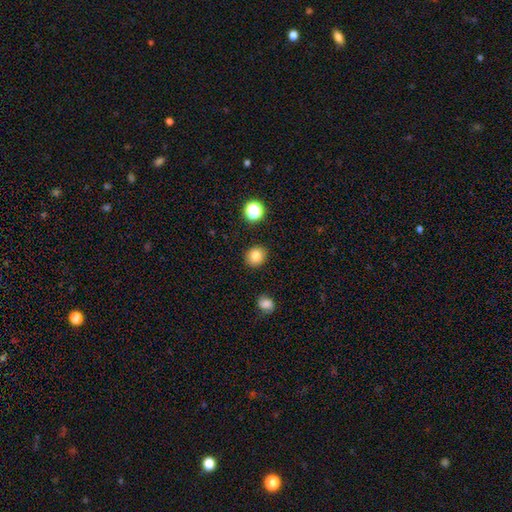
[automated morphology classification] This is clearly a smooth galaxy (82%). How rounded: likely round (78%). Merging: clearly none (89%).